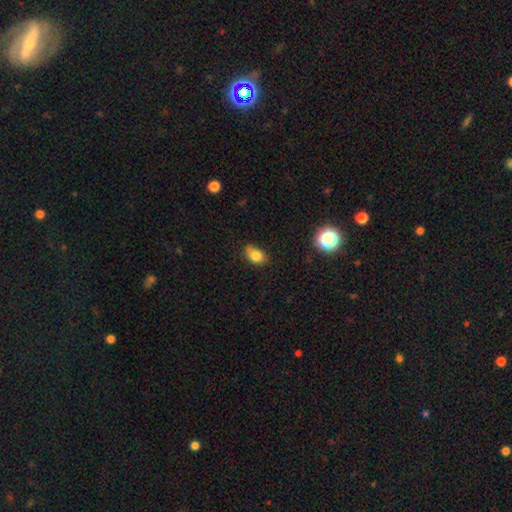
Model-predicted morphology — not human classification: Smooth or featured? smooth (80%)
How rounded? in between (74%)
Merging? none (57%)